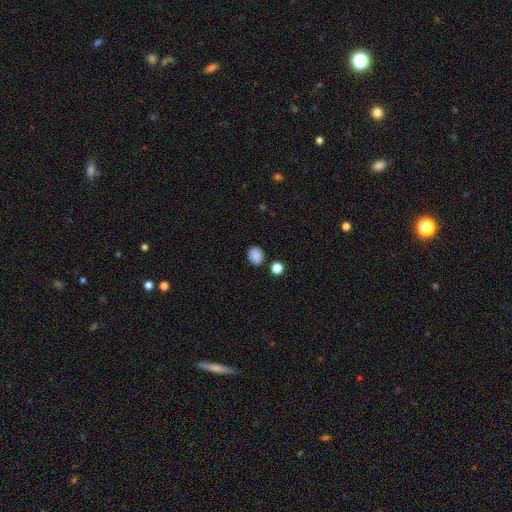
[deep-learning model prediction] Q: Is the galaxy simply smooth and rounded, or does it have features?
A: smooth — 87%.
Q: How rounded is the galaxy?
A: round — 51%.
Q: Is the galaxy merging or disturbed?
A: none — 82%.